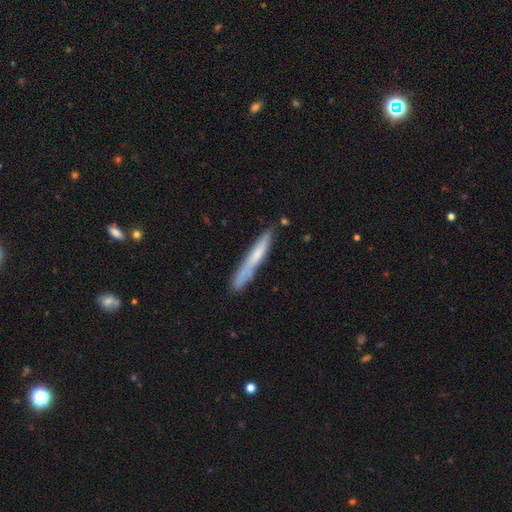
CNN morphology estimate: Q: Smooth or featured?
A: smooth (60%); runner-up: featured or disk (34%)
Q: How rounded?
A: cigar-shaped (95%); runner-up: in between (4%)
Q: Merging?
A: none (75%); runner-up: minor disturbance (18%)